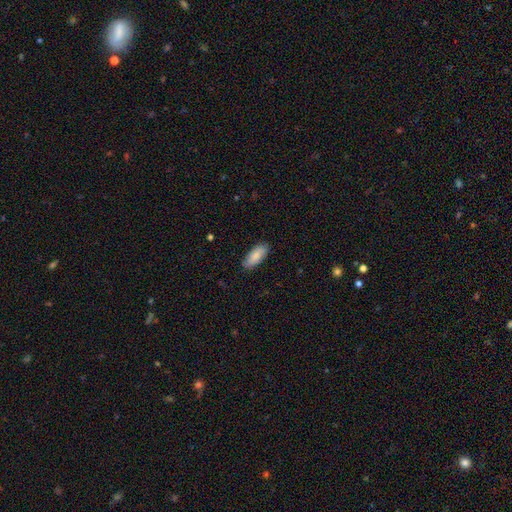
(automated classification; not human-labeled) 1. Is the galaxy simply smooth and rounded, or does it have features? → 83% smooth, 12% featured or disk, 6% star or artifact.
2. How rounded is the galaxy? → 83% in between, 16% cigar-shaped, 2% round.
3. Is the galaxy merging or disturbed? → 84% none, 13% minor disturbance, 2% major disturbance, 1% merger.